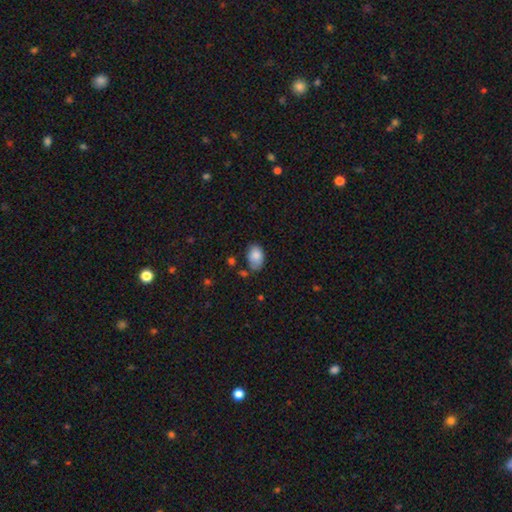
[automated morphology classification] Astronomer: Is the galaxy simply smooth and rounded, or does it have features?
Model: smooth — 85%.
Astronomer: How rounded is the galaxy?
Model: in between — 88%.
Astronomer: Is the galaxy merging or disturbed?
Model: none — 58%.